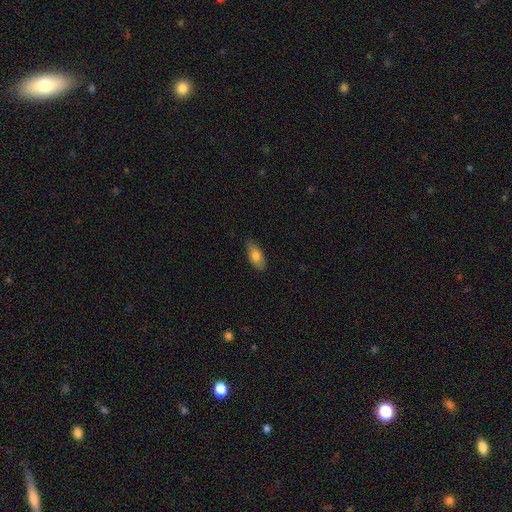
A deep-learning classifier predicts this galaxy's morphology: type=smooth (76%); roundness=in between (85%); merging=none (77%).